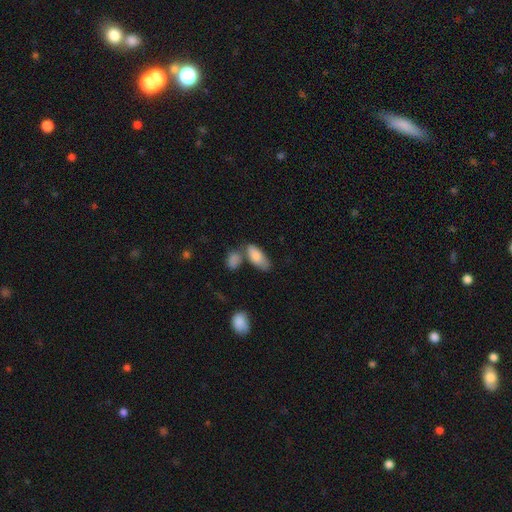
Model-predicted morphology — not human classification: Q: Smooth or featured?
A: smooth (83%); runner-up: featured or disk (11%)
Q: How rounded?
A: in between (87%); runner-up: cigar-shaped (10%)
Q: Merging?
A: none (49%); runner-up: merger (26%)